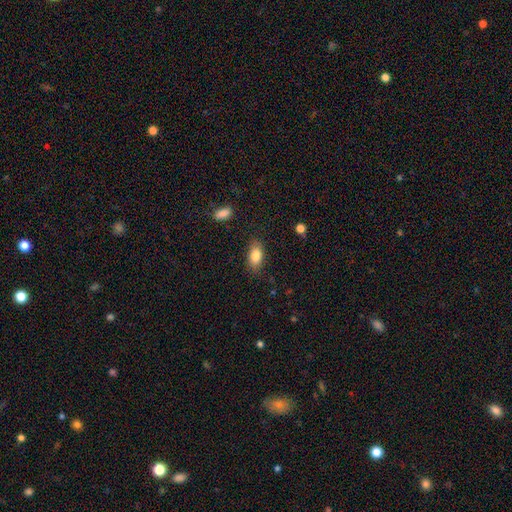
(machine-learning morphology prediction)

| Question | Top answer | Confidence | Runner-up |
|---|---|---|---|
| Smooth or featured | smooth | 85% | featured or disk (8%) |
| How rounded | in between | 90% | round (5%) |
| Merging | none | 83% | minor disturbance (13%) |